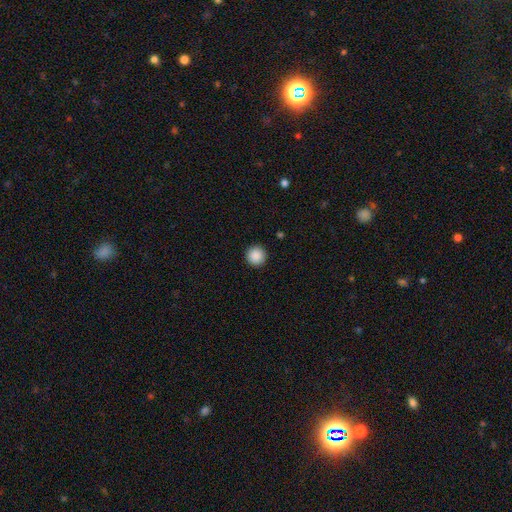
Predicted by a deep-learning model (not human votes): Smooth or featured: smooth — 89% (star or artifact — 8%)
How rounded: round — 96% (in between — 3%)
Merging: none — 93% (minor disturbance — 4%)